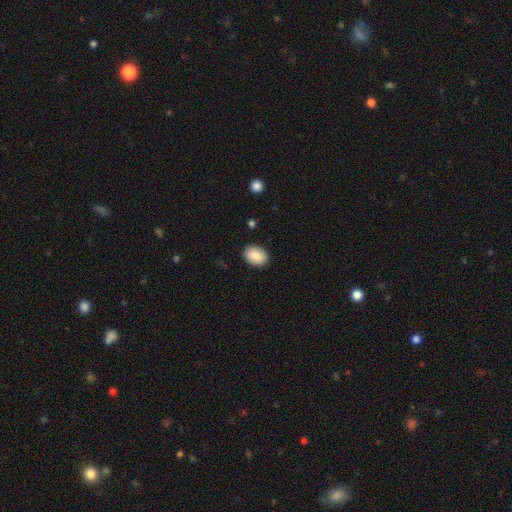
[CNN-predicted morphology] smooth-or-featured: smooth: 87% | star or artifact: 7% | featured or disk: 6%
  how-rounded: in between: 76% | round: 23% | cigar-shaped: 1%
  merging: none: 89% | minor disturbance: 8% | major disturbance: 2% | merger: 1%